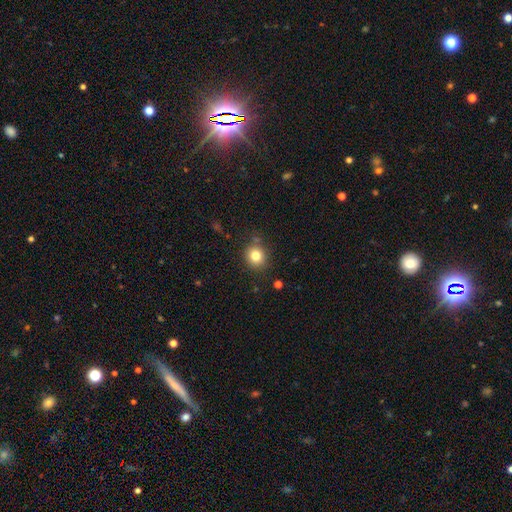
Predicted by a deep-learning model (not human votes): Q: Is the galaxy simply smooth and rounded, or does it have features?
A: smooth — 80%.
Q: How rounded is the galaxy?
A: round — 85%.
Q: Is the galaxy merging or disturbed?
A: none — 84%.